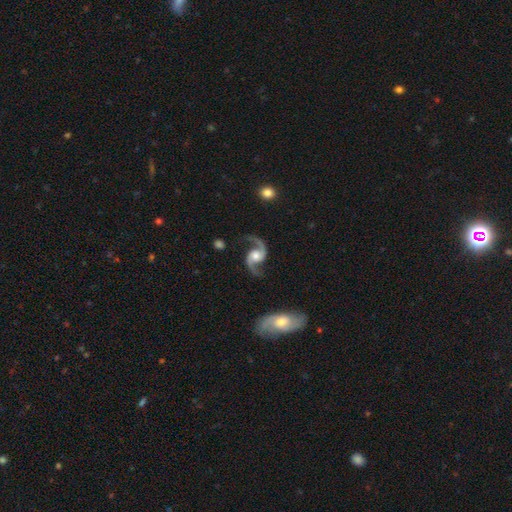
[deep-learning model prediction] smooth_or_featured: featured or disk (p=0.93) [alt: star or artifact p=0.04]
disk_edge_on: no (p=0.98) [alt: yes p=0.02]
bar: no (p=0.62) [alt: weak p=0.29]
has_spiral_arms: yes (p=0.98) [alt: no p=0.02]
spiral_winding: loose (p=0.61) [alt: medium p=0.34]
spiral_arm_count: 2 (p=0.95) [alt: 1 p=0.01]
bulge_size: moderate (p=0.56) [alt: large p=0.19]
merging: none (p=0.80) [alt: minor disturbance p=0.12]